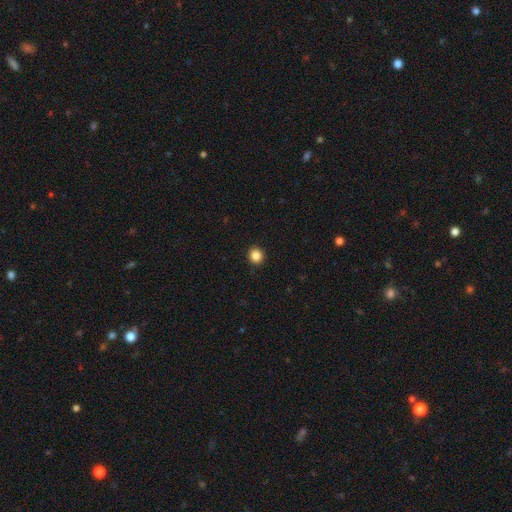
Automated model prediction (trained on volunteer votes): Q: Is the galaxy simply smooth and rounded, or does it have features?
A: smooth — 86%.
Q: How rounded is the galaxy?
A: round — 91%.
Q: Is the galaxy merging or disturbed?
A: none — 93%.